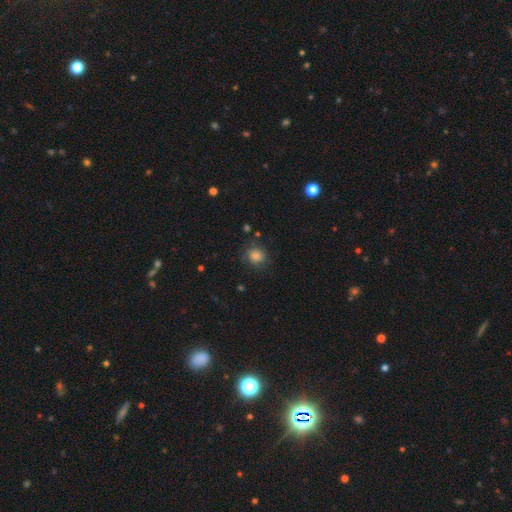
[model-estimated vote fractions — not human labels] This appears to be a smooth galaxy with no disk features (73%) that is round (77%). Merging: none (72%).